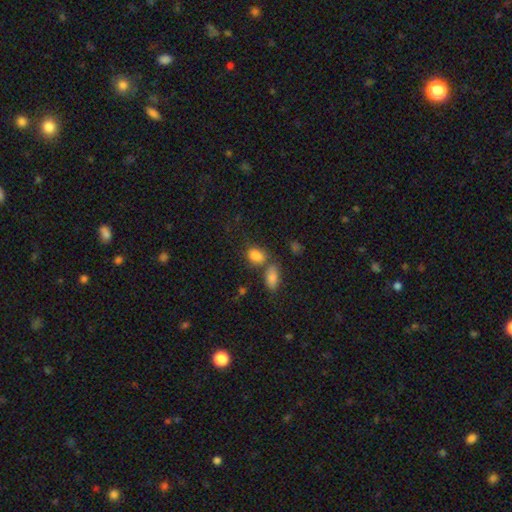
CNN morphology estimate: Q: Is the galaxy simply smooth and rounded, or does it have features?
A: smooth — 83%.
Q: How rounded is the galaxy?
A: in between — 80%.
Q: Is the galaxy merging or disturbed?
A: none — 48%.